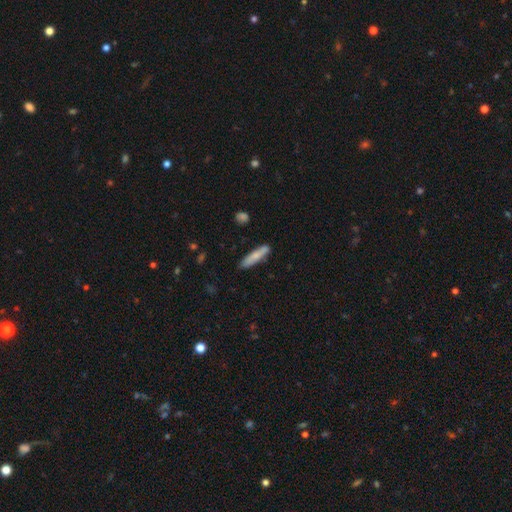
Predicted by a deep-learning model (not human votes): Smooth or featured: smooth — 71% (featured or disk — 23%)
How rounded: cigar-shaped — 83% (in between — 16%)
Merging: none — 82% (minor disturbance — 13%)